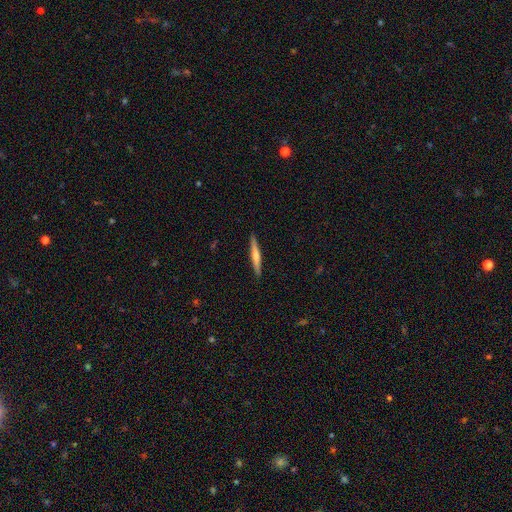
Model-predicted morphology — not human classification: type=smooth (49%); merging=none (91%).